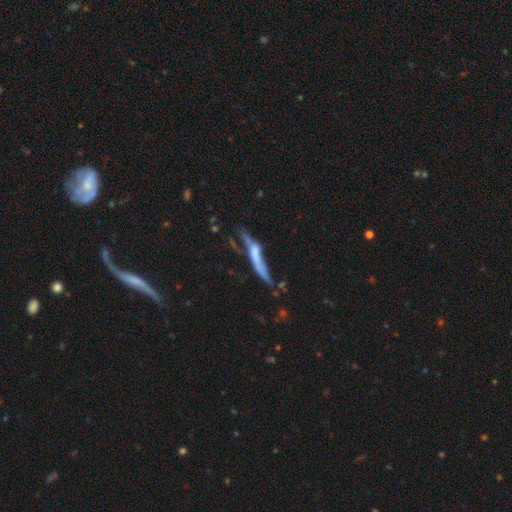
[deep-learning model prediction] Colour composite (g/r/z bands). It shows a featured or disk galaxy (48%). Merging: none (34%).